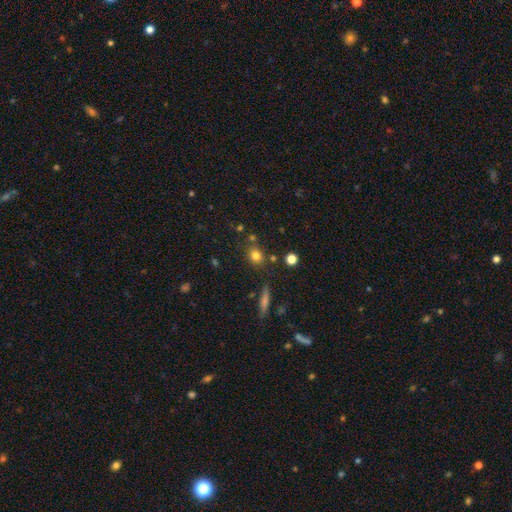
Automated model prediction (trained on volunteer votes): Q: Smooth or featured?
A: smooth (78%); runner-up: star or artifact (13%)
Q: How rounded?
A: round (71%); runner-up: in between (27%)
Q: Merging?
A: none (76%); runner-up: minor disturbance (11%)